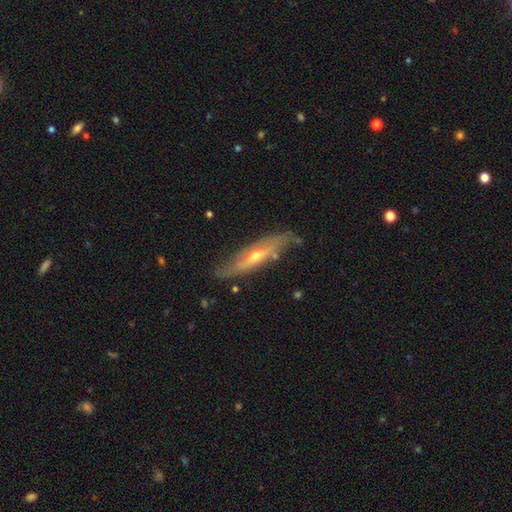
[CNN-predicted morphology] This is likely a featured or disk galaxy (72%). It is likely viewed edge-on (61%). Merging: likely none (72%).